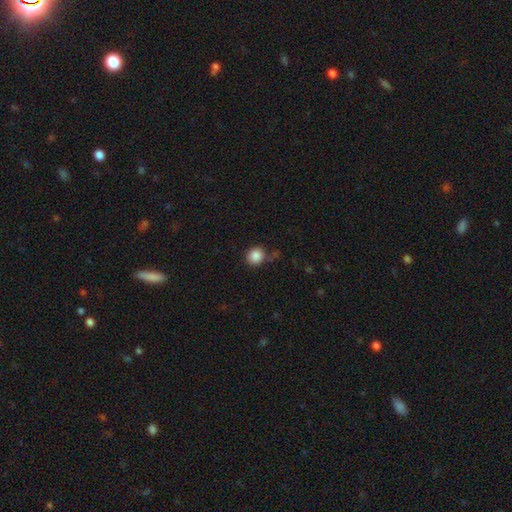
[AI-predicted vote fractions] smooth_or_featured: smooth (p=0.87) [alt: star or artifact p=0.09]
how_rounded: round (p=0.79) [alt: in between p=0.20]
merging: none (p=0.77) [alt: minor disturbance p=0.15]